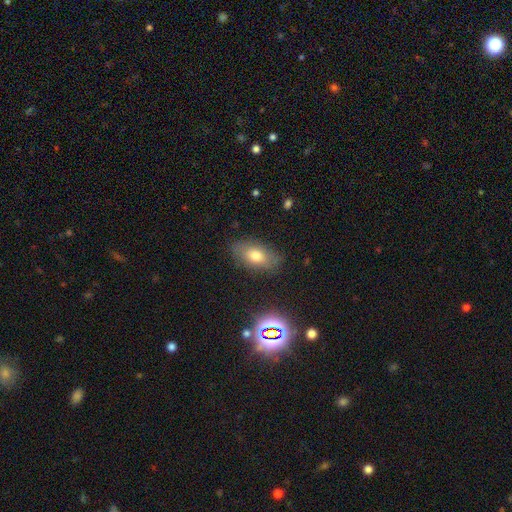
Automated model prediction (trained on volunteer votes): Smooth or featured?
  - smooth: 70% *
  - featured or disk: 18%
  - star or artifact: 12%
How rounded?
  - in between: 88% *
  - round: 7%
  - cigar-shaped: 4%
Merging?
  - none: 80% *
  - minor disturbance: 14%
  - major disturbance: 4%
  - merger: 2%